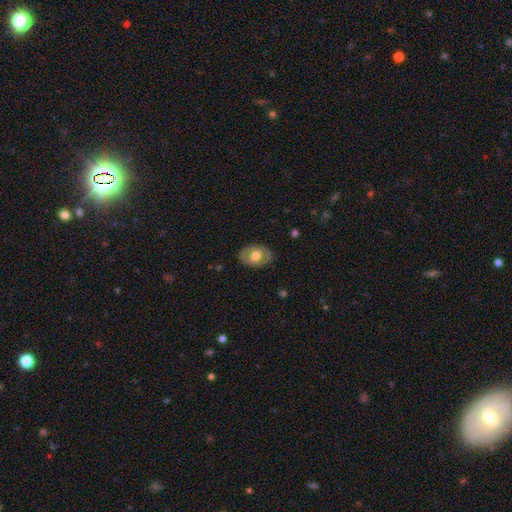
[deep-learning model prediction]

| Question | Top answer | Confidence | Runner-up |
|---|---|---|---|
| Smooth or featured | smooth | 48% | featured or disk (46%) |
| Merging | none | 82% | minor disturbance (13%) |